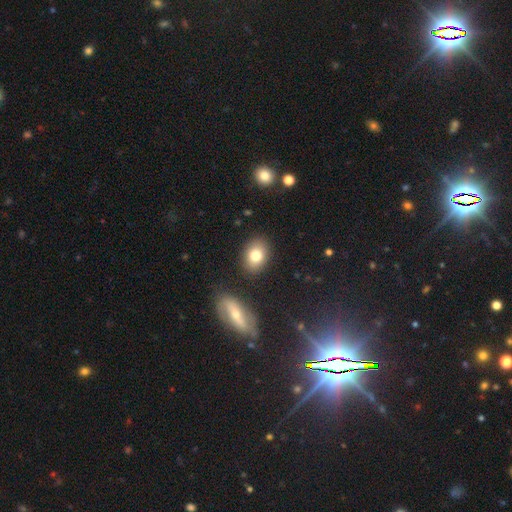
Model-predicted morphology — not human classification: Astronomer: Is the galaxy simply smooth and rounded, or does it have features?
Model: smooth — 79%.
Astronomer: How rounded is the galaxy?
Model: in between — 69%.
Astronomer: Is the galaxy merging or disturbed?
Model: none — 85%.